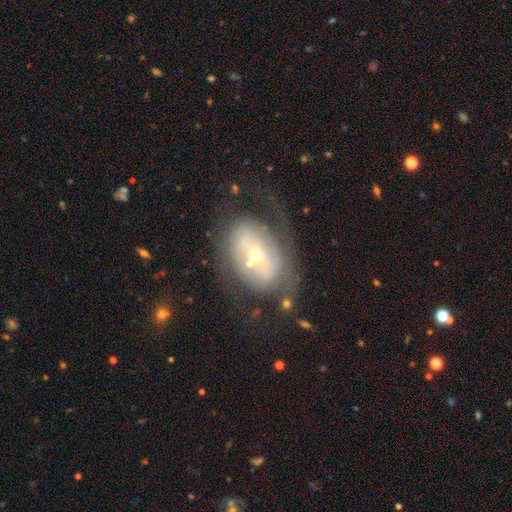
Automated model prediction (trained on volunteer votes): This appears to be a featured or disk galaxy (65%) with no bar (59%), no spiral arms (53%) and a small central bulge (50%). Merging: none (48%).